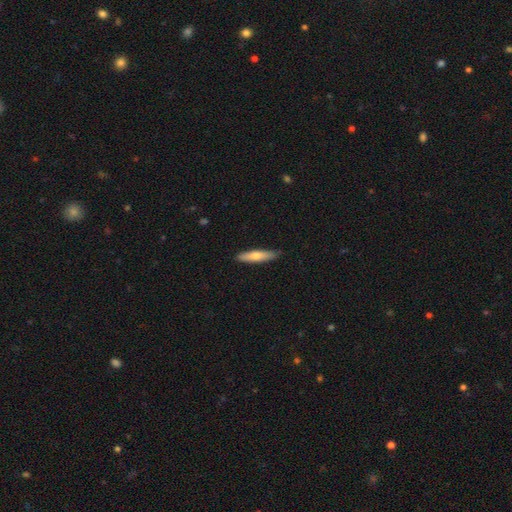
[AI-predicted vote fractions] Overall: smooth (67%; featured or disk 28%). How rounded: cigar-shaped (79%). Merging: none (88%).